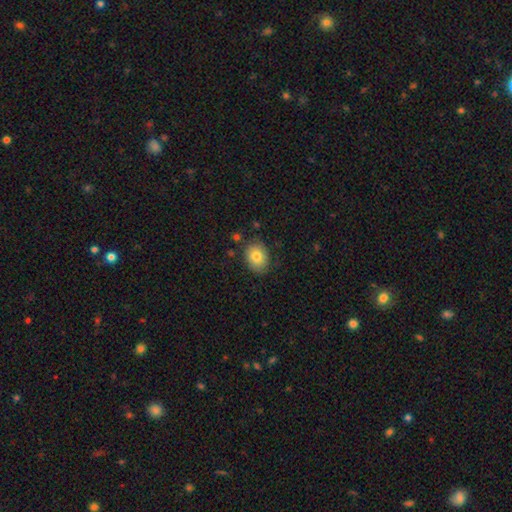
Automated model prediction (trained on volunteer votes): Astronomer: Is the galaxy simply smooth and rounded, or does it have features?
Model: smooth — 80%.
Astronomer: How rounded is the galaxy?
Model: in between — 61% (runner-up: round, 38%).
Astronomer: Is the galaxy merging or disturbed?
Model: none — 80%.